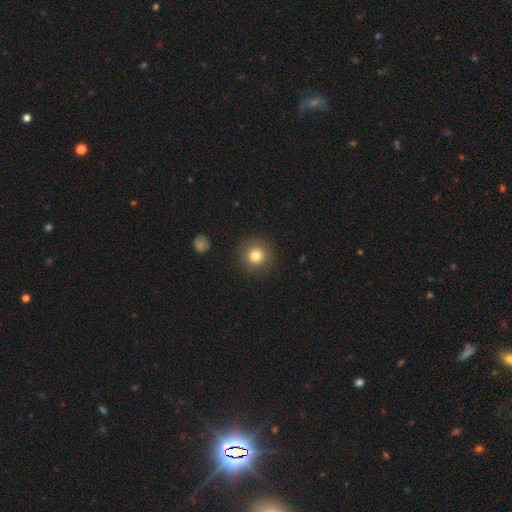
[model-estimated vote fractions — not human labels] This appears to be a smooth galaxy with no disk features (80%) that is round (94%). Merging: none (89%).